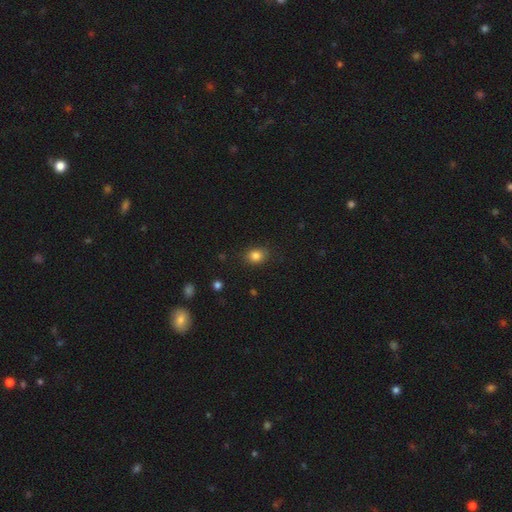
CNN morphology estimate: smooth 84%, star or artifact 11%, featured or disk 5%. Down the decision tree: how rounded — round (57%); merging — none (85%).